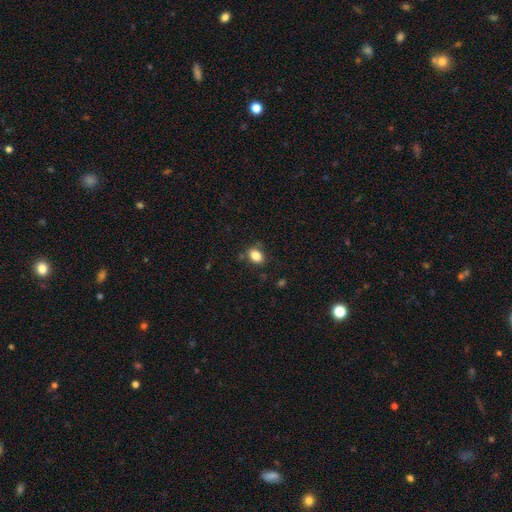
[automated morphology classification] Smooth or featured? Predicted: smooth (p=0.84). How rounded? Predicted: in between (p=0.69). Merging? Predicted: none (p=0.78).